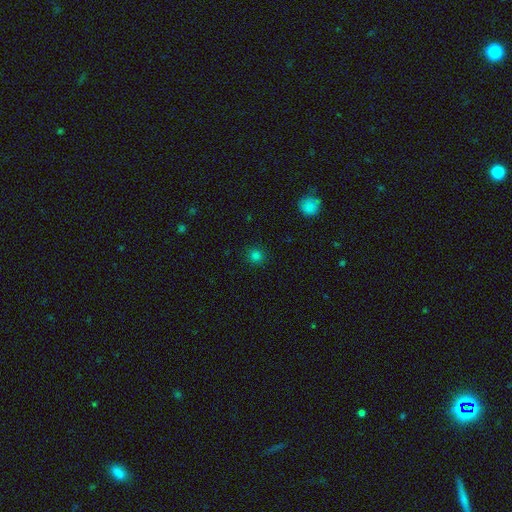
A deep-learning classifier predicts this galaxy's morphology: A smooth galaxy with no disk features (80%) that is round (93%). Merging: none (91%).